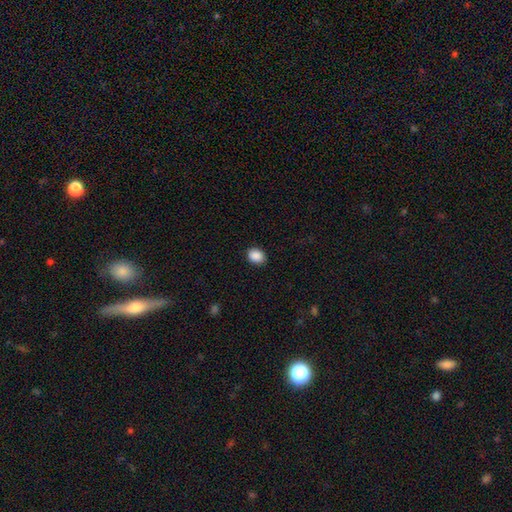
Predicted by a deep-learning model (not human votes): Smooth or featured: smooth — 89% (star or artifact — 8%)
How rounded: in between — 59% (round — 40%)
Merging: none — 89% (minor disturbance — 8%)